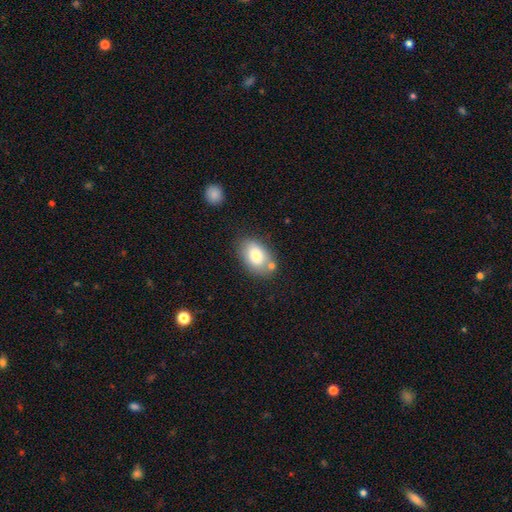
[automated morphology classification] smooth 77%, featured or disk 15%, star or artifact 8%. Down the decision tree: how rounded — in between (87%); merging — none (64%).